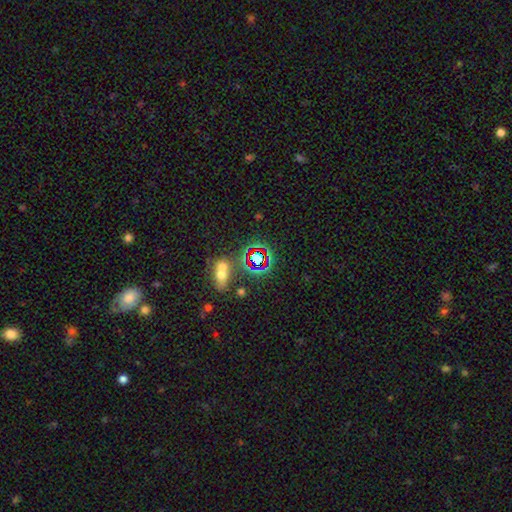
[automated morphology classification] The model was most divided on "smooth or featured": star or artifact: 59%, smooth: 27%, featured or disk: 15%.